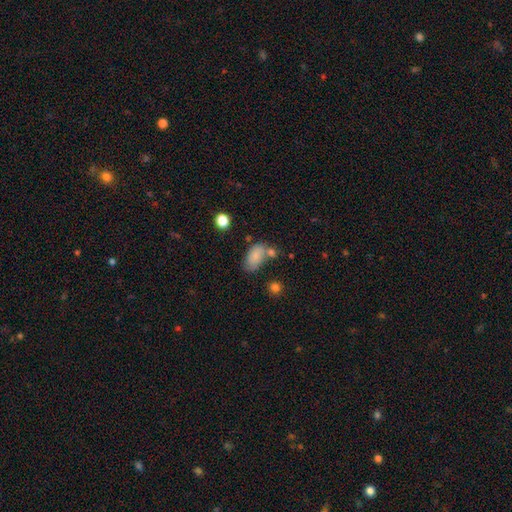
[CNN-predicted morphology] A smooth galaxy with no disk features (79%) that is in between round and cigar-shaped (91%). Merging: none (48%).